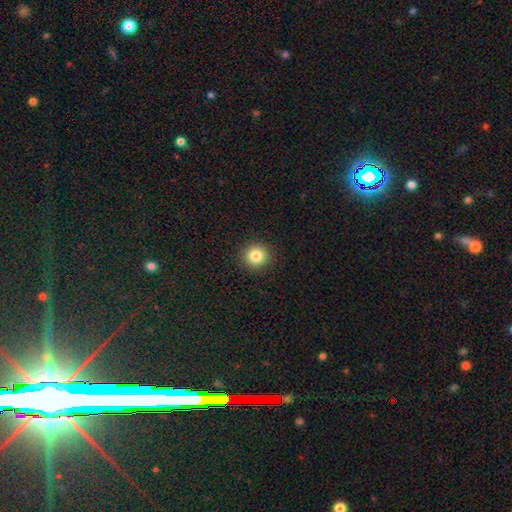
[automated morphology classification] Smooth or featured: smooth — 83% (star or artifact — 12%)
How rounded: round — 93% (in between — 6%)
Merging: none — 92% (minor disturbance — 5%)